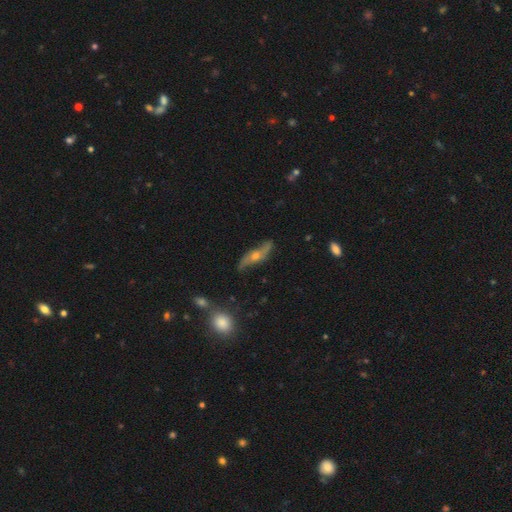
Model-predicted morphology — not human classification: smooth_or_featured: featured or disk (p=0.74) [alt: smooth p=0.18]
disk_edge_on: no (p=0.59) [alt: yes p=0.41]
merging: none (p=0.74) [alt: minor disturbance p=0.18]